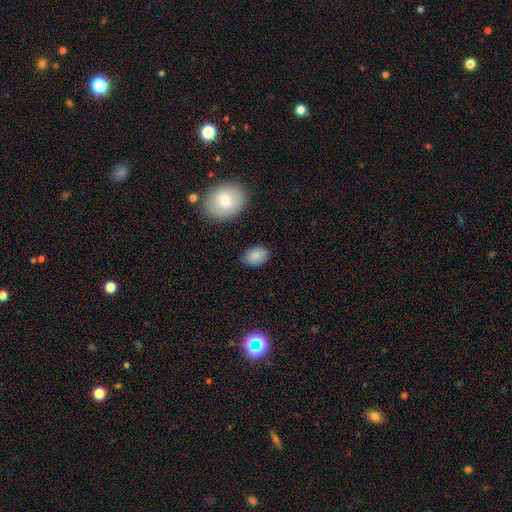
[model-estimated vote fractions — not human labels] The model was most divided on "how rounded": in between: 82%, round: 17%, cigar-shaped: 1%. More confident: smooth or featured — smooth (87%); merging — none (81%).